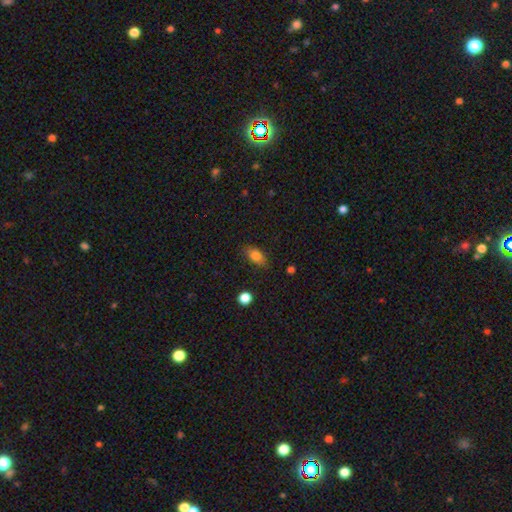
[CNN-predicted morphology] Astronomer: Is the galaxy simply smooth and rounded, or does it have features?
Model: smooth — 82%.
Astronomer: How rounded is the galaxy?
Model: in between — 86%.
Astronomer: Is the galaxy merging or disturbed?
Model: none — 77%.